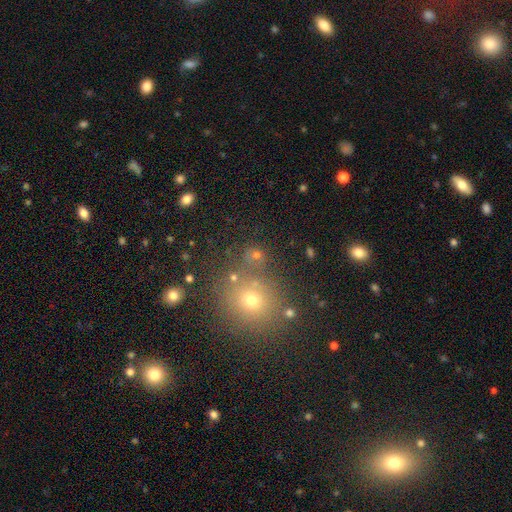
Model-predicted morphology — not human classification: Smooth or featured? smooth (59%)
How rounded? round (82%)
Merging? none (73%)